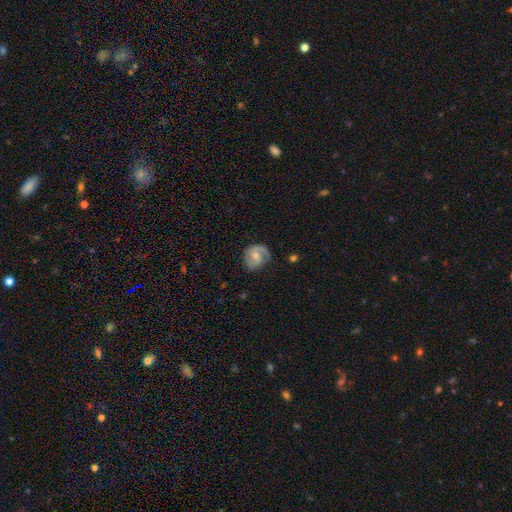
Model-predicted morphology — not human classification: The model was most divided on "spiral winding": medium: 42%, tight: 38%, loose: 21%. More confident: edge-on disk — no (98%); spiral arms — yes (91%); smooth or featured — featured or disk (70%); merging — none (63%); bar — no (60%); bulge size — moderate (54%); spiral arm count — 2 (53%).